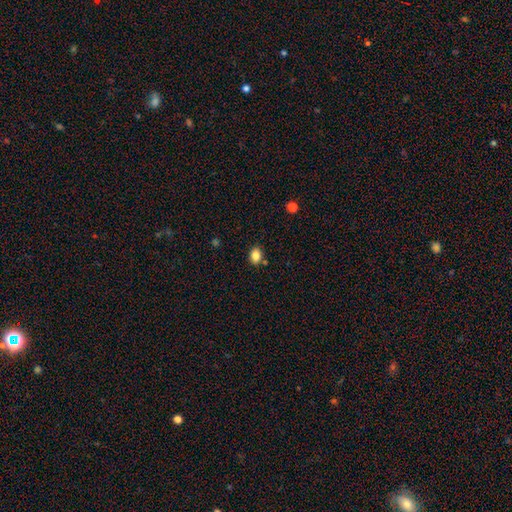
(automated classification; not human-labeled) Smooth or featured?
  - smooth: 84% *
  - star or artifact: 10%
  - featured or disk: 6%
How rounded?
  - in between: 65% *
  - round: 34%
  - cigar-shaped: 1%
Merging?
  - none: 81% *
  - minor disturbance: 11%
  - merger: 5%
  - major disturbance: 2%